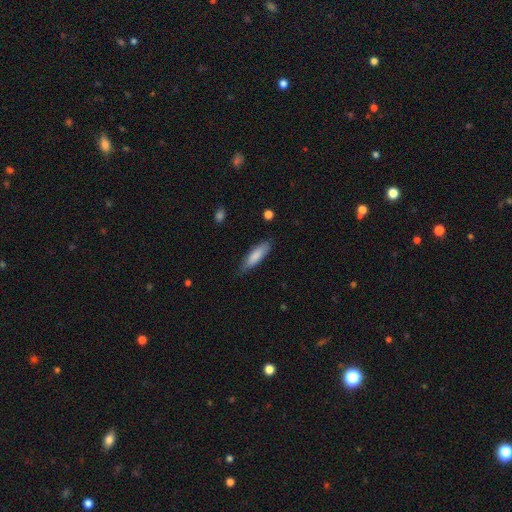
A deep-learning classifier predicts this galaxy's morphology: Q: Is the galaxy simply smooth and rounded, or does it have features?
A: smooth — 83%.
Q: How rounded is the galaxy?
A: cigar-shaped — 57%.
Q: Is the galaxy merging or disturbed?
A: none — 79%.